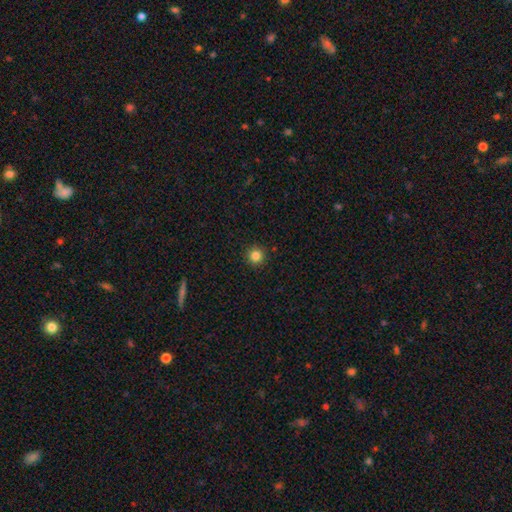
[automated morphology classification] A smooth galaxy with no disk features (83%) that is round (95%). Merging: none (92%).